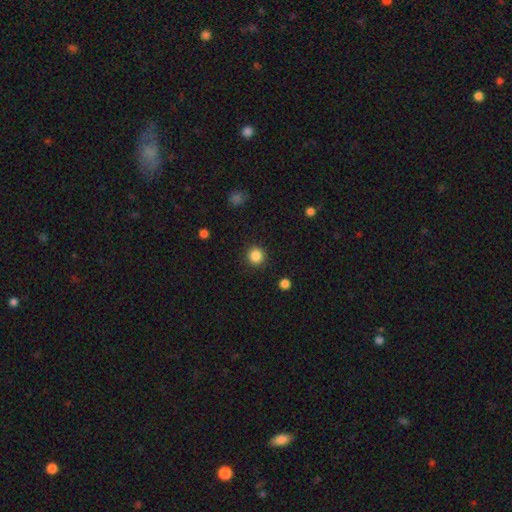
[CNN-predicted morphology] smooth_or_featured: smooth (p=0.86) [alt: star or artifact p=0.11]
how_rounded: round (p=0.94) [alt: in between p=0.05]
merging: none (p=0.91) [alt: minor disturbance p=0.05]